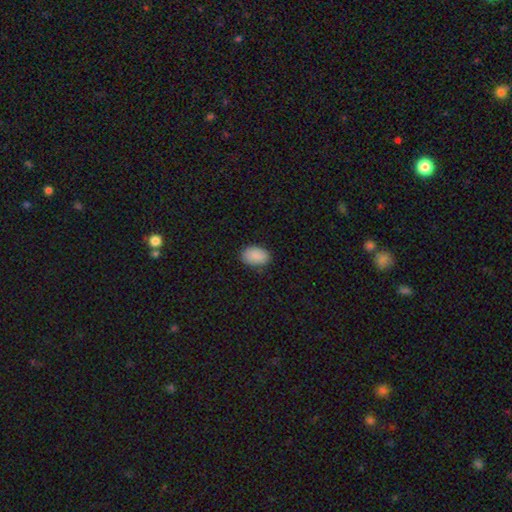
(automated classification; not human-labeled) Smooth or featured? smooth (90%)
How rounded? in between (90%)
Merging? none (83%)